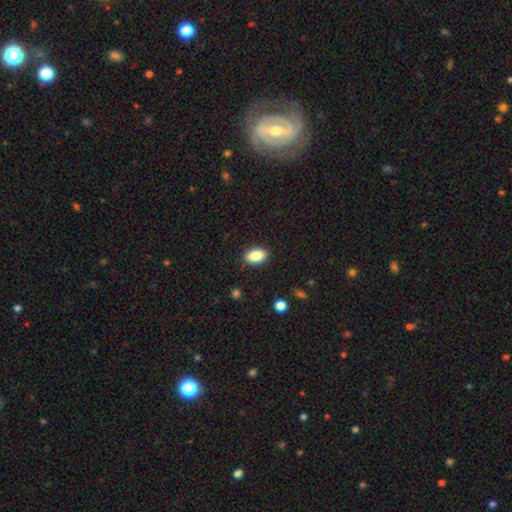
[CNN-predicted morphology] This is clearly a smooth galaxy (82%). How rounded: clearly in between (87%). Merging: clearly none (88%).